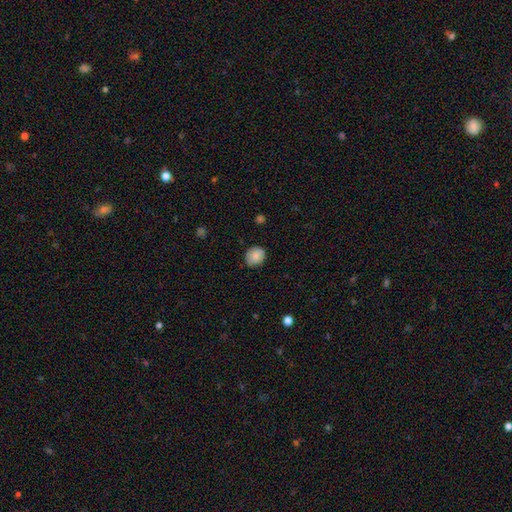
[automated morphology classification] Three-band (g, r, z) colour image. It shows a smooth galaxy with no disk features (83%) that is round (78%). Merging: none (78%).